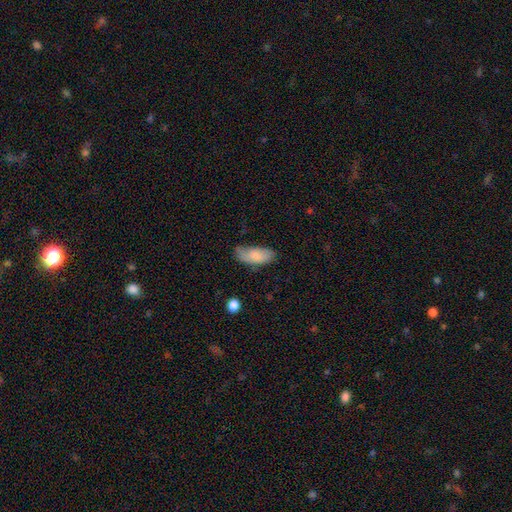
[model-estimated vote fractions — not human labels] This is likely a smooth galaxy (79%). How rounded: clearly in between (88%). Merging: possibly none (57%).